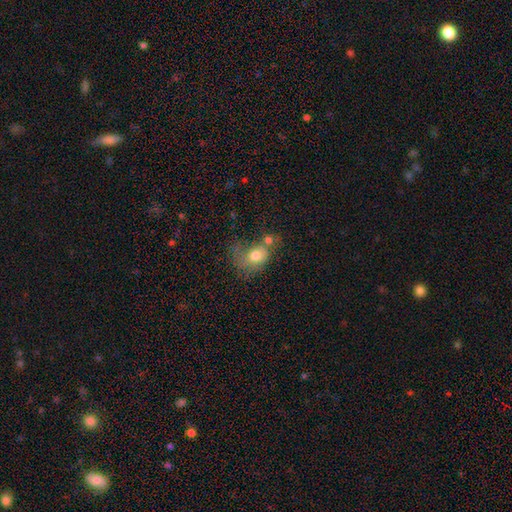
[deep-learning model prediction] This appears to be a smooth galaxy with no disk features (70%) that is in between round and cigar-shaped (53%). Merging: merger (31%).